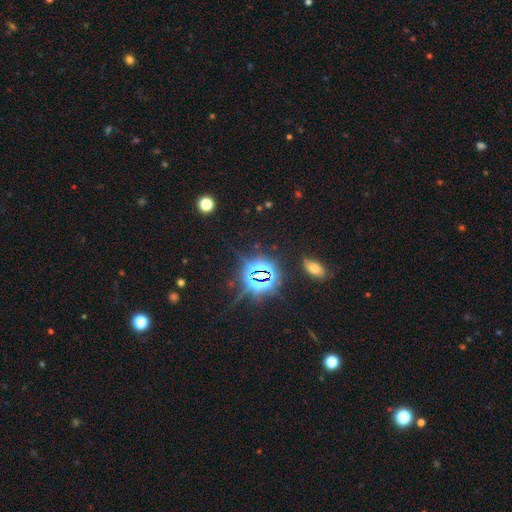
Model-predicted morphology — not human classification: The model was most divided on "smooth or featured": star or artifact: 81%, smooth: 12%, featured or disk: 7%.